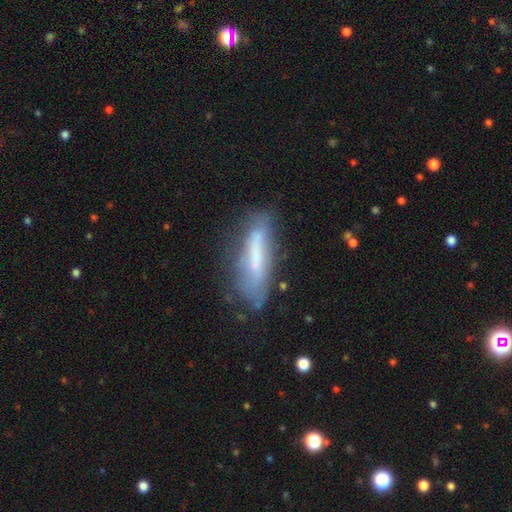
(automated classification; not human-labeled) Smooth or featured? smooth (52%)
How rounded? cigar-shaped (69%)
Merging? none (59%)